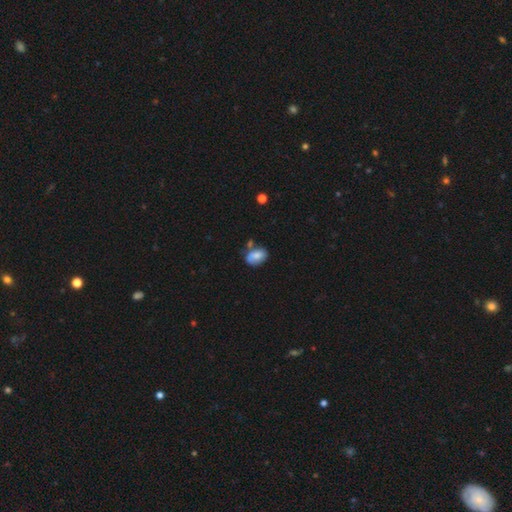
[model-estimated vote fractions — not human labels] This is likely a smooth galaxy (70%). How rounded: clearly in between (84%). Merging: possibly none (47%).